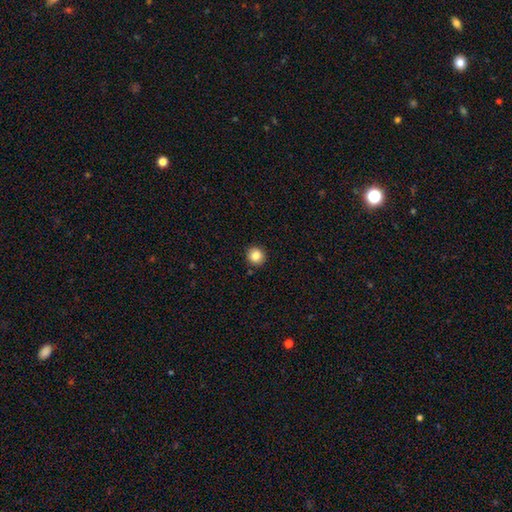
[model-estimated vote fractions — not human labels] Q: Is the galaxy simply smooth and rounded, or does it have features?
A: smooth — 85%.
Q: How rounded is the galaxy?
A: round — 93%.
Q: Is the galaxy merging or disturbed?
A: none — 92%.